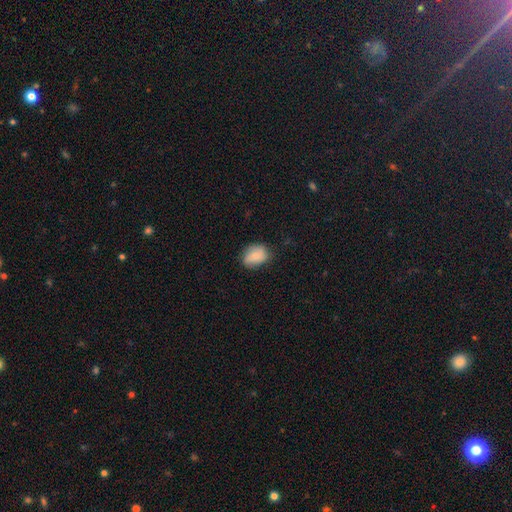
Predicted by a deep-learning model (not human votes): Morphology: type=smooth (75%); roundness=in between (68%); merging=none (68%).